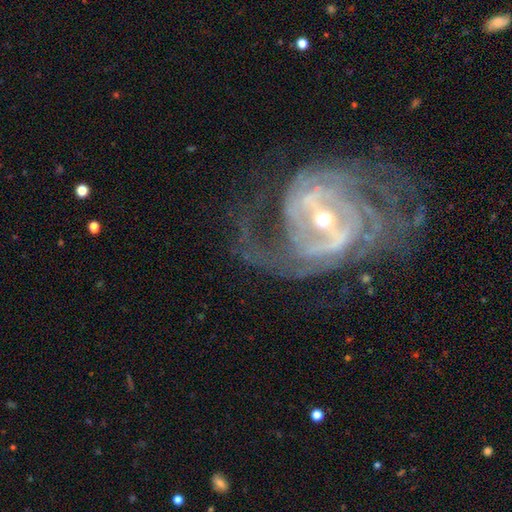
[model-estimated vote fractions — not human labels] Smooth or featured? Predicted: featured or disk (p=0.90). Edge-on disk? Predicted: no (p=0.97). Bar? Predicted: strong (p=0.54). Spiral arms? Predicted: yes (p=0.97). Spiral winding? Predicted: medium (p=0.44). Spiral arm count? Predicted: 2 (p=0.39). Bulge size? Predicted: small (p=0.60). Merging? Predicted: none (p=0.56).